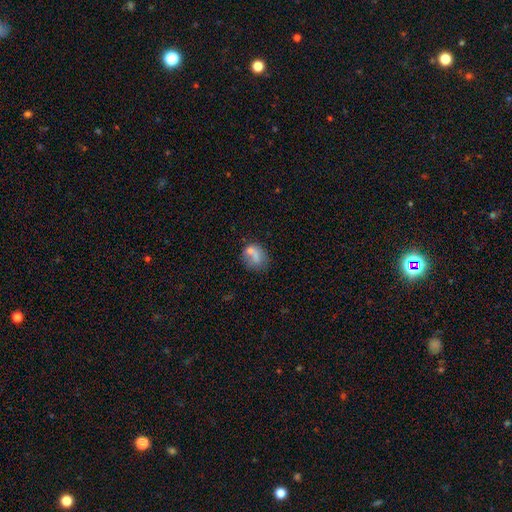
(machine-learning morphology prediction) smooth 67%, featured or disk 22%, star or artifact 11%. Down the decision tree: how rounded — round (62%); merging — none (45%).